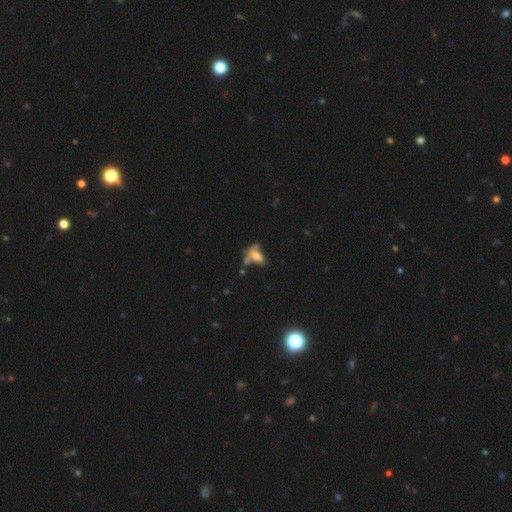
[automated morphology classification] Q: Smooth or featured?
A: smooth (56%); runner-up: featured or disk (30%)
Q: How rounded?
A: in between (84%); runner-up: round (8%)
Q: Merging?
A: merger (32%); runner-up: none (27%)